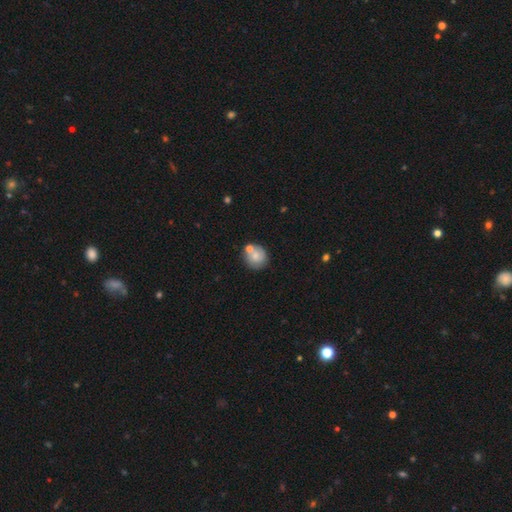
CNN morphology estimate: This is likely a smooth galaxy (73%). How rounded: clearly round (83%). Merging: likely none (63%).